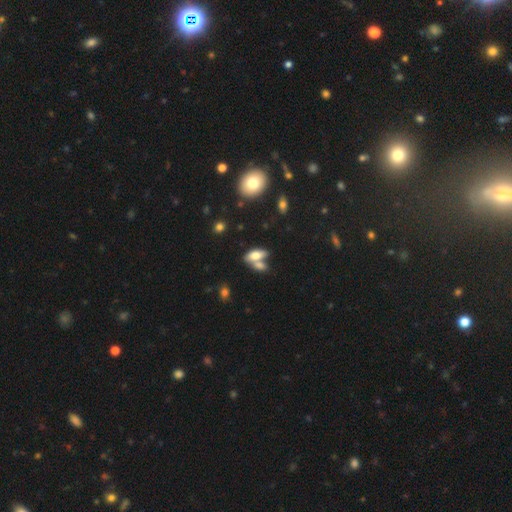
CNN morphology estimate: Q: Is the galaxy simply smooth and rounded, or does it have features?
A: smooth — 68%.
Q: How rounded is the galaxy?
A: in between — 81%.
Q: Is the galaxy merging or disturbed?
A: merger — 46%.